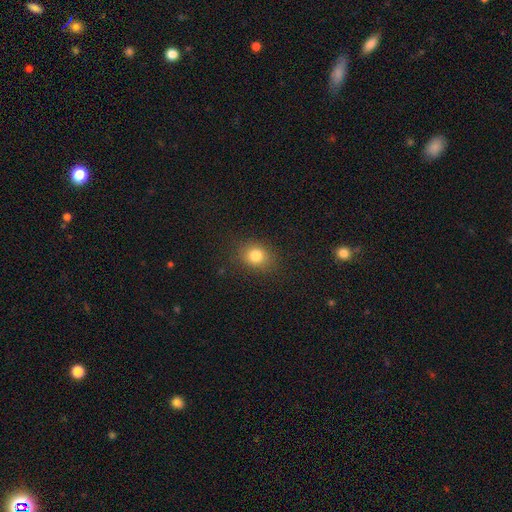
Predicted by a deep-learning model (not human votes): A smooth galaxy with no disk features (81%) that is round (62%).

Vote fractions:
- Smooth or featured? smooth: 81% / star or artifact: 12% / featured or disk: 7%
- How rounded? round: 62% / in between: 37% / cigar-shaped: 1%
- Merging? none: 85% / minor disturbance: 10% / major disturbance: 3% / merger: 1%